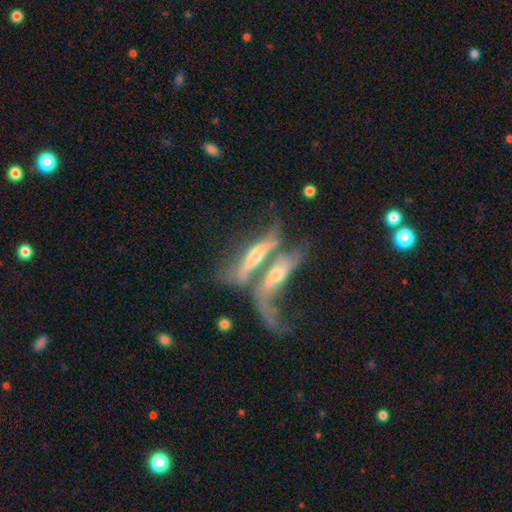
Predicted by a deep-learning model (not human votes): Overall: featured or disk (73%). Edge-on disk: yes (66%; no 34%). Merging: merger (63%).